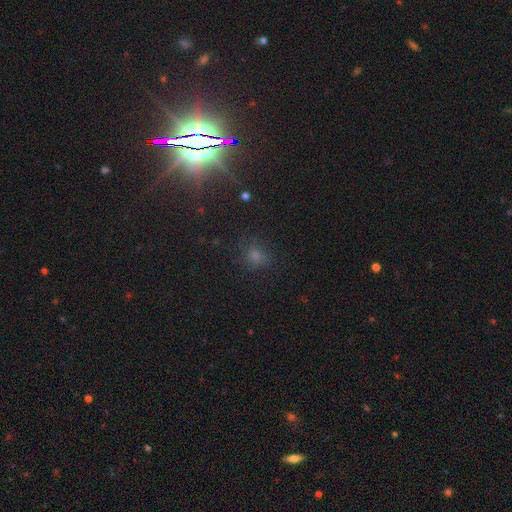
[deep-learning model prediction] Morphology: type=smooth (67%); roundness=round (77%); merging=none (79%).